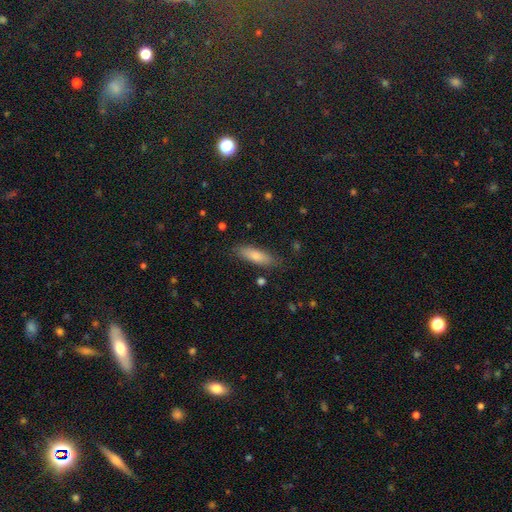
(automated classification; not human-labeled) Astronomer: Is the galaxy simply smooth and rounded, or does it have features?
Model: smooth — 79%.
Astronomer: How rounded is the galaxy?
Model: cigar-shaped — 53% (runner-up: in between, 46%).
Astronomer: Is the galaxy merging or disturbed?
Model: none — 83%.